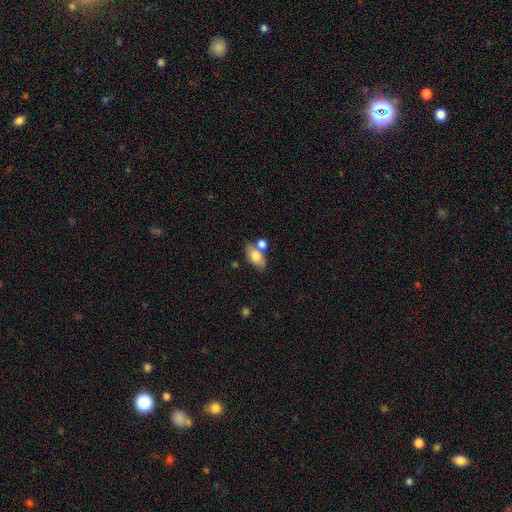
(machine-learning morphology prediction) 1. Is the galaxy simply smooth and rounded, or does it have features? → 73% smooth, 20% featured or disk, 7% star or artifact.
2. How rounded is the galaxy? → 88% in between, 8% round, 4% cigar-shaped.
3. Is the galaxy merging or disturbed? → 55% none, 26% merger, 14% minor disturbance, 5% major disturbance.